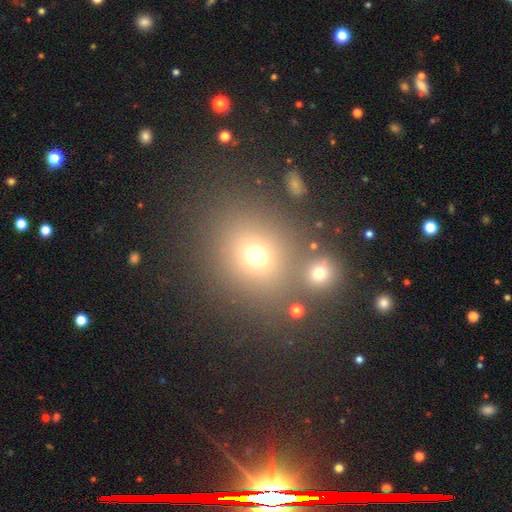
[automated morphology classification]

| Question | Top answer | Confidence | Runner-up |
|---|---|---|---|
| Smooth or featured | smooth | 65% | star or artifact (25%) |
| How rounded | round | 74% | in between (25%) |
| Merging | none | 73% | merger (13%) |